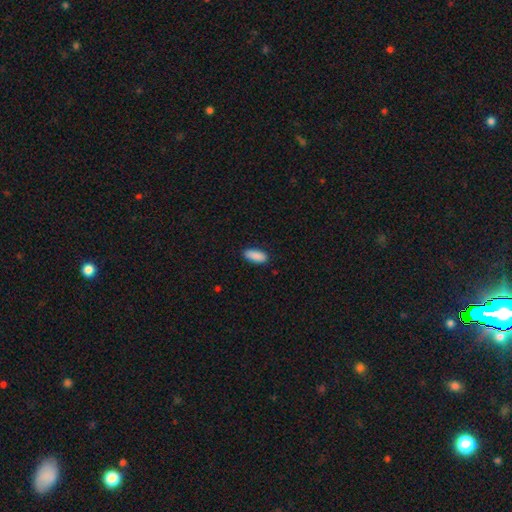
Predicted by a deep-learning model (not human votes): Q: Smooth or featured?
A: smooth (90%); runner-up: star or artifact (6%)
Q: How rounded?
A: in between (78%); runner-up: cigar-shaped (20%)
Q: Merging?
A: none (86%); runner-up: minor disturbance (11%)